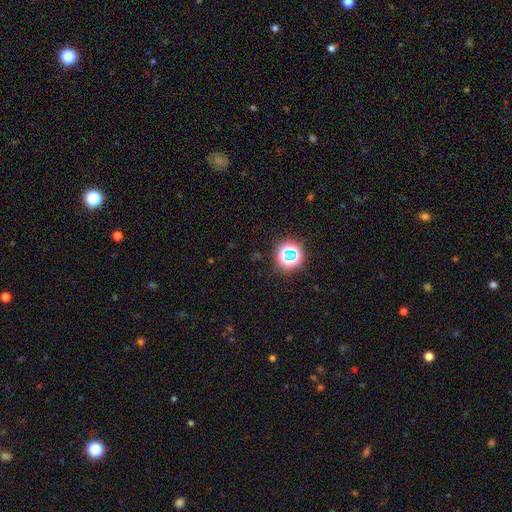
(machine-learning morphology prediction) Smooth or featured? Predicted: star or artifact (p=0.64).